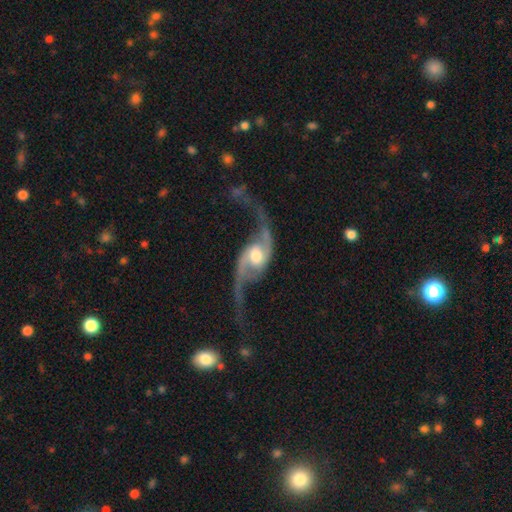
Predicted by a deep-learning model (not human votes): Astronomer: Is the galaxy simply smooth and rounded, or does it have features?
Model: featured or disk — 91%.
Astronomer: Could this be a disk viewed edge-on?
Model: no — 95%.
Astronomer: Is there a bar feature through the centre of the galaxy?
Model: no — 48% (runner-up: weak, 37%).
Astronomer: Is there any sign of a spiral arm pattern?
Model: yes — 97%.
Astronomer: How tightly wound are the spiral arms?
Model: loose — 89%.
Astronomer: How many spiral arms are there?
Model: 2 — 94%.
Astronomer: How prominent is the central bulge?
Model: moderate — 65%.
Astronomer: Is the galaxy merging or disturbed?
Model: none — 61%.